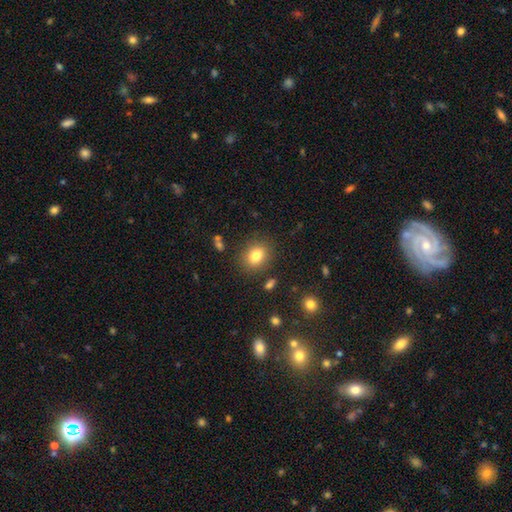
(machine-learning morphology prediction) Smooth or featured: smooth — 81% (star or artifact — 11%)
How rounded: in between — 50% (round — 49%)
Merging: none — 83% (minor disturbance — 10%)